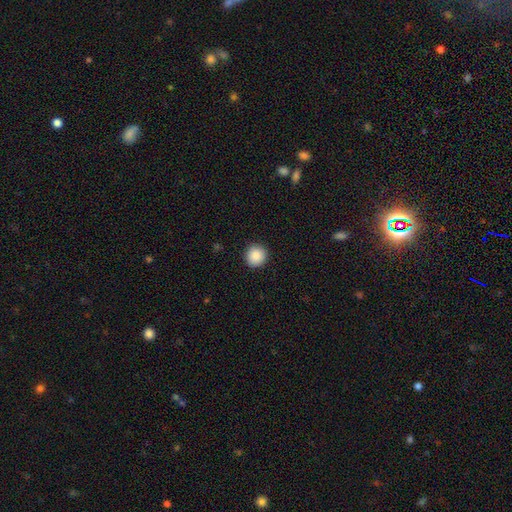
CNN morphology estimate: This is clearly a smooth galaxy (89%). How rounded: clearly round (94%). Merging: clearly none (92%).